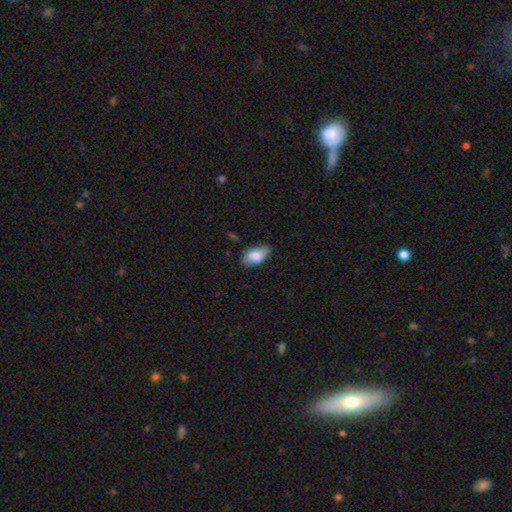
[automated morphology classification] Overall: smooth (78%). How rounded: in between (91%). Merging: none (68%).